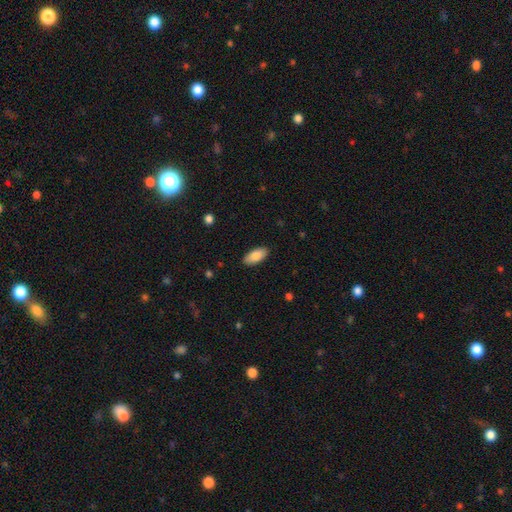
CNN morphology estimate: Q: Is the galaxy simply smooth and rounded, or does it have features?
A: smooth — 84%.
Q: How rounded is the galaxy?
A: in between — 92%.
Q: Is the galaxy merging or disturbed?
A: none — 89%.